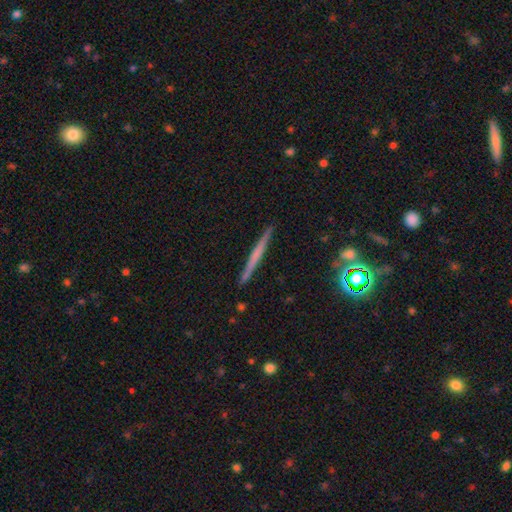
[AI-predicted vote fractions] Smooth or featured? Predicted: featured or disk (p=0.53). Edge-on disk? Predicted: yes (p=0.98). Edge-on bulge? Predicted: none (p=0.76). Merging? Predicted: none (p=0.91).